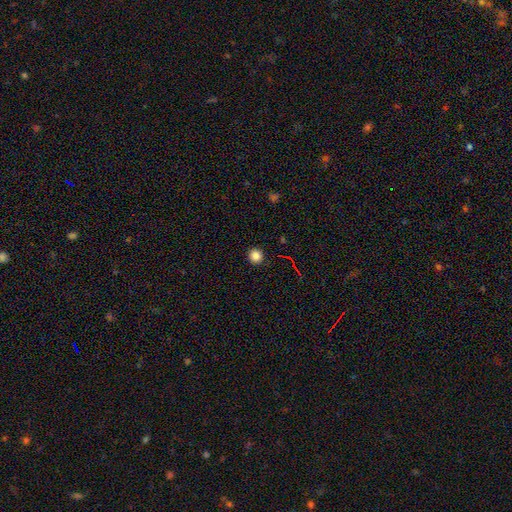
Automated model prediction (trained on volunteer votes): Smooth or featured? Predicted: smooth (p=0.82). How rounded? Predicted: round (p=0.94). Merging? Predicted: none (p=0.93).